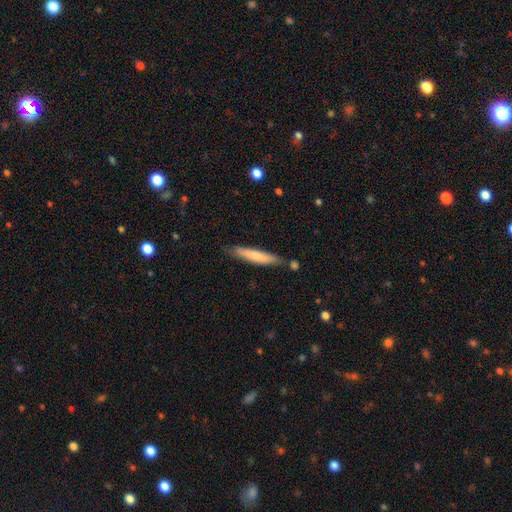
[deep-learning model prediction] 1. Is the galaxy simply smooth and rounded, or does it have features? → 66% smooth, 28% featured or disk, 6% star or artifact.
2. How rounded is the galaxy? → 89% cigar-shaped, 10% in between, 1% round.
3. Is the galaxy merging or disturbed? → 76% none, 16% minor disturbance, 6% merger, 3% major disturbance.